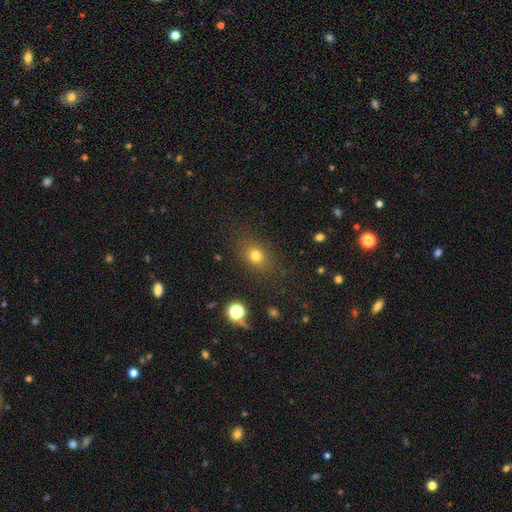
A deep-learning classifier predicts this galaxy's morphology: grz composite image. It shows a smooth galaxy with no disk features (76%) that is in between round and cigar-shaped (51%). Merging: none (82%).